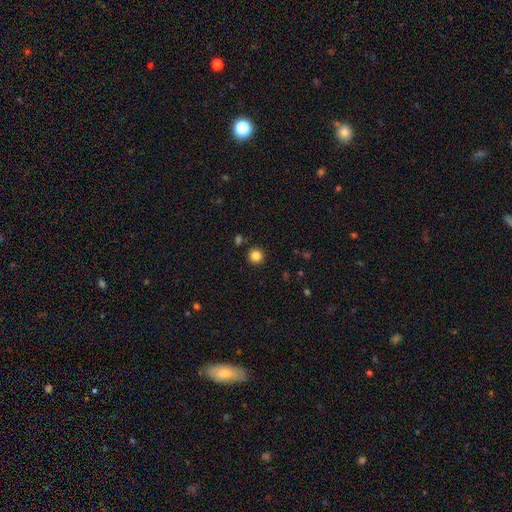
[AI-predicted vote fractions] Smooth or featured? Predicted: smooth (p=0.85). How rounded? Predicted: round (p=0.95). Merging? Predicted: none (p=0.91).